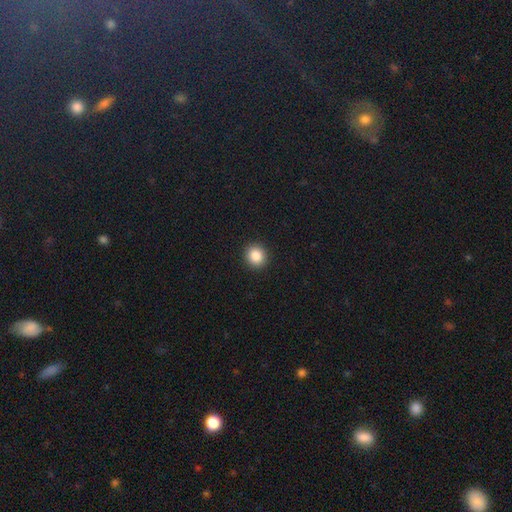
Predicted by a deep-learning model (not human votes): smooth-or-featured: smooth: 87% | star or artifact: 9% | featured or disk: 4%
  how-rounded: round: 85% | in between: 15% | cigar-shaped: 1%
  merging: none: 92% | minor disturbance: 5% | major disturbance: 2% | merger: 1%